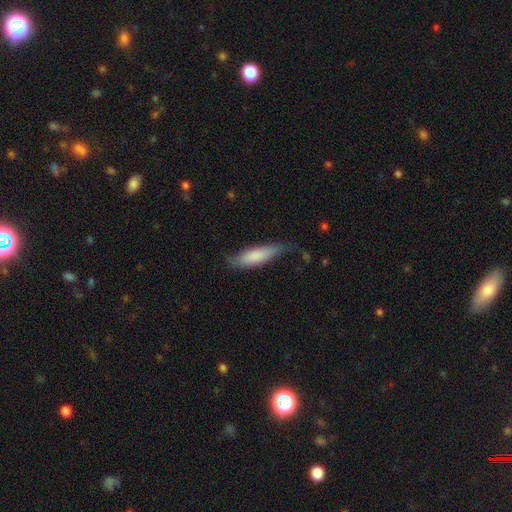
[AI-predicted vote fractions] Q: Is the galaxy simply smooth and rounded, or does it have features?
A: smooth — 79%.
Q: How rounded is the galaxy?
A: cigar-shaped — 67%.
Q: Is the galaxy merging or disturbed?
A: none — 63%.